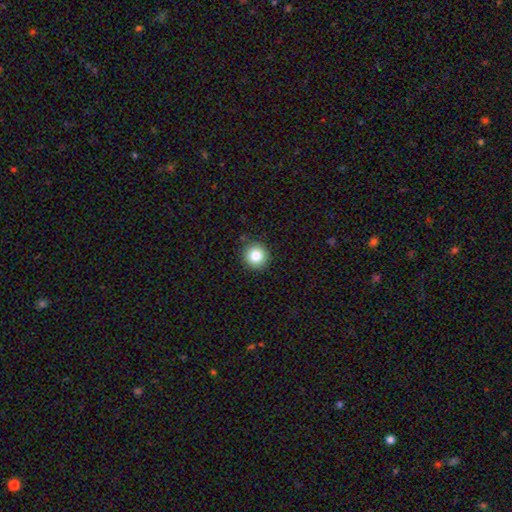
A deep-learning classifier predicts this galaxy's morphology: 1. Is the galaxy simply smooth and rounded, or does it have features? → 83% smooth, 11% star or artifact, 7% featured or disk.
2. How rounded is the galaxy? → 95% round, 4% in between, 1% cigar-shaped.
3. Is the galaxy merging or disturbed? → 91% none, 6% minor disturbance, 2% major disturbance, 1% merger.